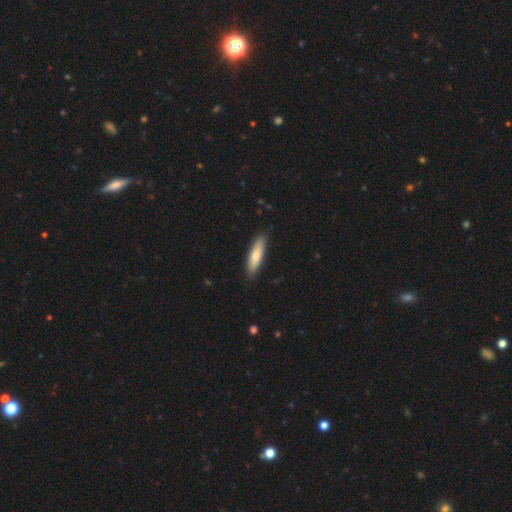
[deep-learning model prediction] This appears to be a smooth galaxy with no disk features (74%) that is cigar-shaped (67%). Merging: none (88%).